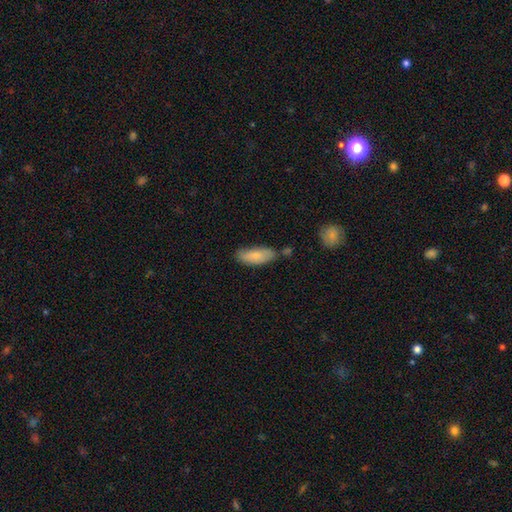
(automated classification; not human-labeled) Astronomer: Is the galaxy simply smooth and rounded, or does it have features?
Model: smooth — 80%.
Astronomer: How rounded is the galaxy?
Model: in between — 75%.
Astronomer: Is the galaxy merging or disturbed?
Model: none — 64%.